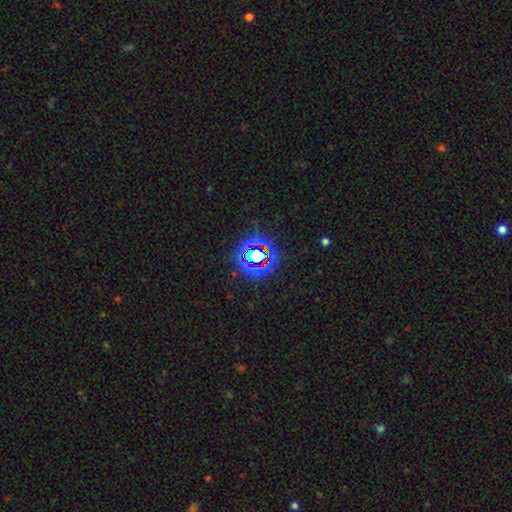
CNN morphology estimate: Smooth or featured?
  - star or artifact: 73% *
  - smooth: 17%
  - featured or disk: 10%